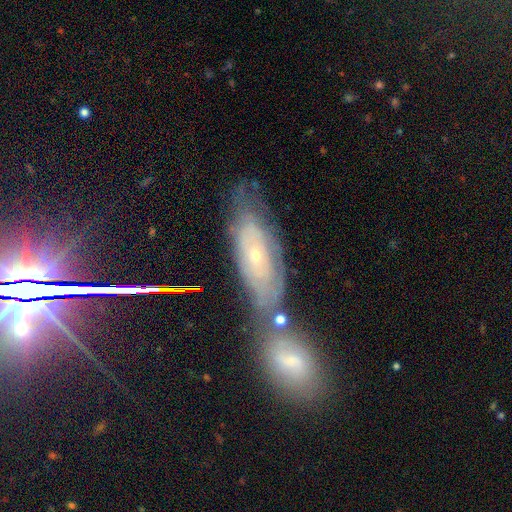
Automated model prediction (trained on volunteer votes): A featured or disk galaxy (63%) with no bar (77%), spiral arms (75%) and a small central bulge (72%).

Vote fractions:
- Smooth or featured? featured or disk: 63% / smooth: 22% / star or artifact: 14%
- Edge-on disk? no: 81% / yes: 19%
- Bar? no: 77% / weak: 18% / strong: 5%
- Spiral arms? yes: 75% / no: 25%
- Bulge size? small: 72% / moderate: 25% / none: 1% / large: 1% / dominant: 1%
- Merging? none: 60% / minor disturbance: 19% / merger: 16% / major disturbance: 6%